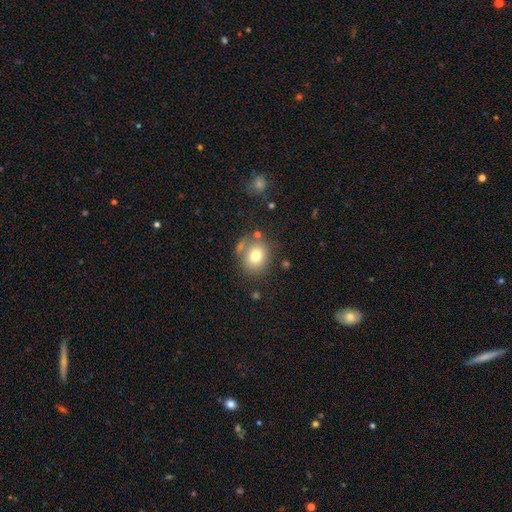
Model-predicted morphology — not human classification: Overall: smooth (74%). How rounded: round (73%). Merging: none (69%).